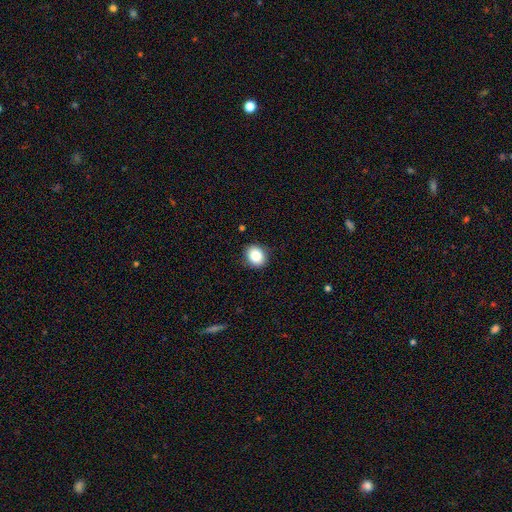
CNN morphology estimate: A smooth galaxy with no disk features (85%) that is round (62%).

Vote fractions:
- Smooth or featured? smooth: 85% / star or artifact: 9% / featured or disk: 6%
- How rounded? round: 62% / in between: 37% / cigar-shaped: 1%
- Merging? none: 88% / minor disturbance: 9% / major disturbance: 2% / merger: 1%